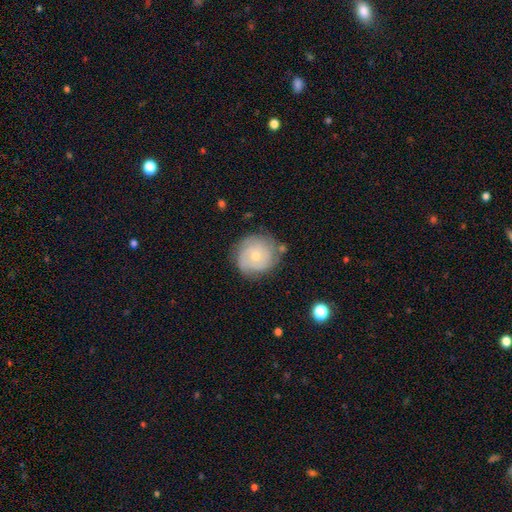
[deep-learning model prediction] smooth_or_featured: featured or disk (p=0.59) [alt: smooth p=0.34]
disk_edge_on: no (p=0.98) [alt: yes p=0.02]
bar: no (p=0.80) [alt: weak p=0.18]
has_spiral_arms: yes (p=0.86) [alt: no p=0.14]
bulge_size: small (p=0.57) [alt: moderate p=0.39]
merging: none (p=0.73) [alt: minor disturbance p=0.18]